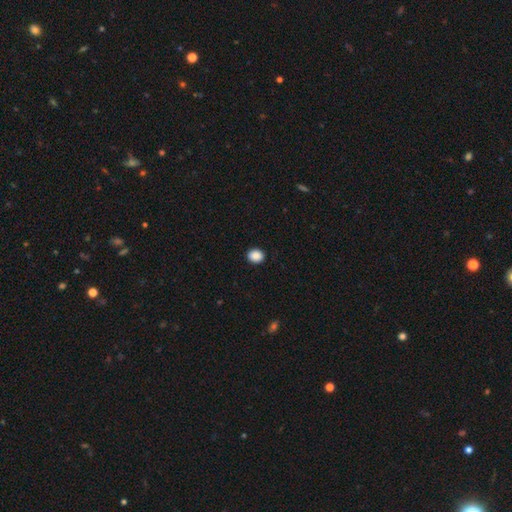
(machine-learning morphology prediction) smooth_or_featured: smooth (p=0.89) [alt: star or artifact p=0.08]
how_rounded: round (p=0.59) [alt: in between p=0.40]
merging: none (p=0.92) [alt: minor disturbance p=0.06]